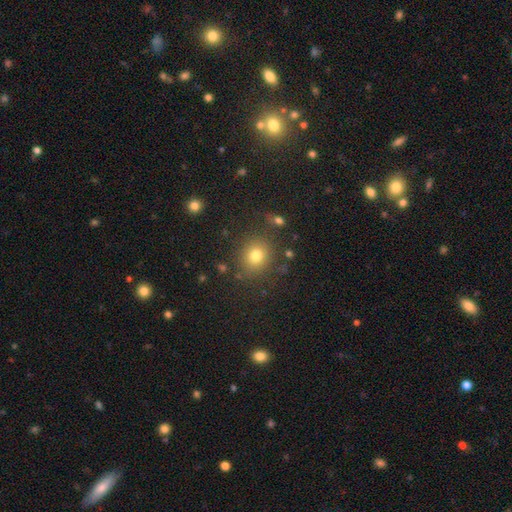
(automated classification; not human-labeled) A smooth galaxy with no disk features (77%) that is round (79%).

Vote fractions:
- Smooth or featured? smooth: 77% / star or artifact: 15% / featured or disk: 8%
- How rounded? round: 79% / in between: 20% / cigar-shaped: 1%
- Merging? none: 83% / minor disturbance: 10% / major disturbance: 4% / merger: 3%